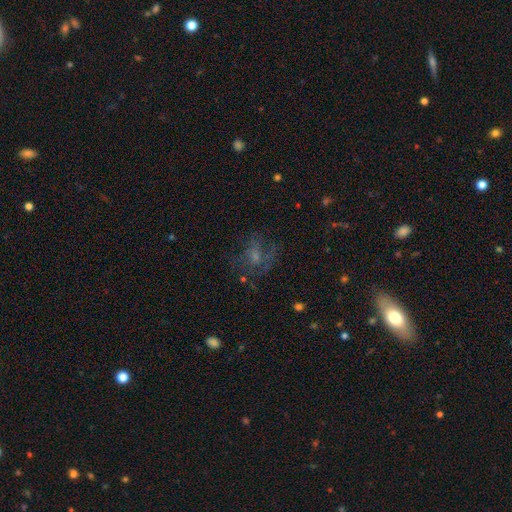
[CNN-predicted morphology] This is marginally a featured or disk galaxy (44%). Merging: possibly none (46%).